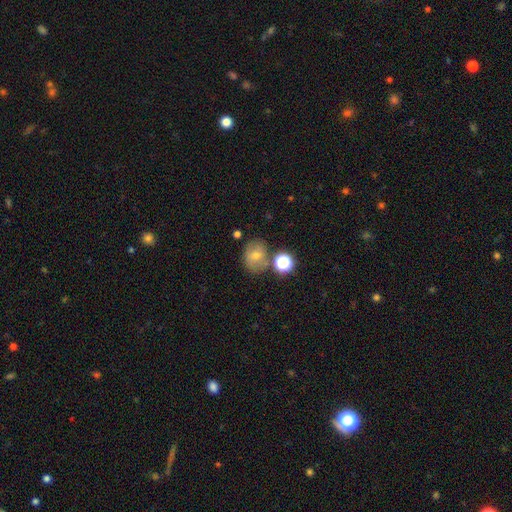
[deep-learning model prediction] Q: Smooth or featured?
A: smooth (52%); runner-up: featured or disk (25%)
Q: How rounded?
A: round (62%); runner-up: in between (37%)
Q: Merging?
A: none (69%); runner-up: merger (13%)